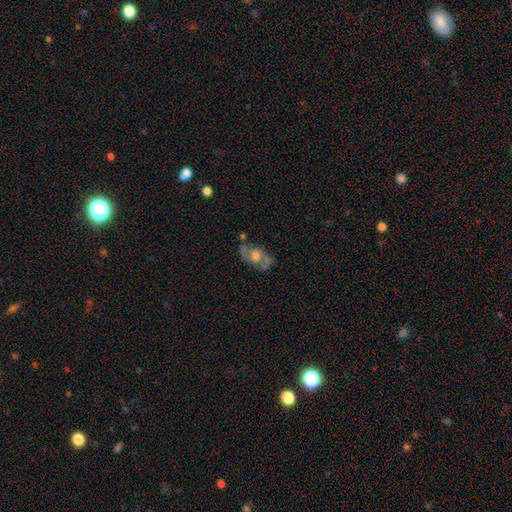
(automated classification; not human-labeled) smooth_or_featured: featured or disk (p=0.73) [alt: smooth p=0.18]
disk_edge_on: no (p=0.95) [alt: yes p=0.05]
bar: no (p=0.70) [alt: weak p=0.24]
has_spiral_arms: yes (p=0.76) [alt: no p=0.24]
spiral_winding: medium (p=0.50) [alt: loose p=0.30]
spiral_arm_count: 2 (p=0.83) [alt: can't tell p=0.08]
bulge_size: moderate (p=0.52) [alt: large p=0.28]
merging: none (p=0.62) [alt: minor disturbance p=0.18]